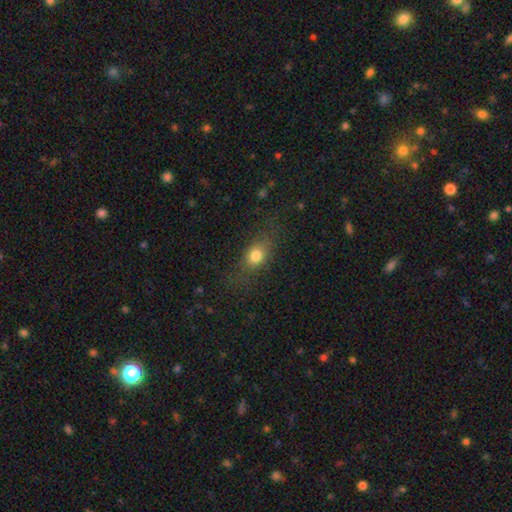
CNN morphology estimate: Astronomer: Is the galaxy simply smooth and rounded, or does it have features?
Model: smooth — 76%.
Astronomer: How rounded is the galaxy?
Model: in between — 60%.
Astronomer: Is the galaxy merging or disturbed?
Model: none — 71%.